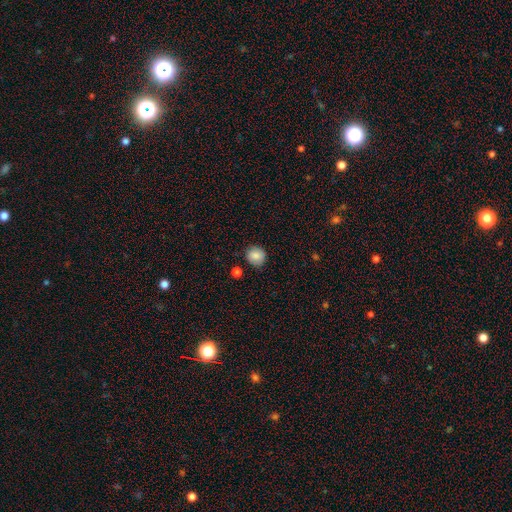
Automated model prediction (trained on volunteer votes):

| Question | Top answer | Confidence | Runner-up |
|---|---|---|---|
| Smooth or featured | smooth | 84% | star or artifact (9%) |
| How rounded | round | 87% | in between (13%) |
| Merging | none | 82% | minor disturbance (13%) |